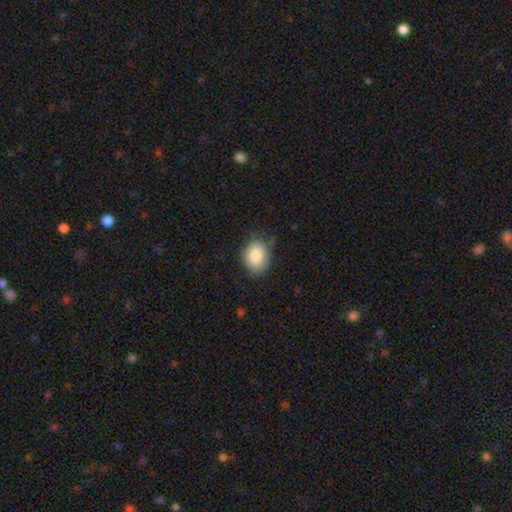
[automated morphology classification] A smooth galaxy with no disk features (85%) that is in between round and cigar-shaped (76%).

Vote fractions:
- Smooth or featured? smooth: 85% / featured or disk: 8% / star or artifact: 7%
- How rounded? in between: 76% / round: 23% / cigar-shaped: 1%
- Merging? none: 67% / minor disturbance: 25% / major disturbance: 6% / merger: 1%